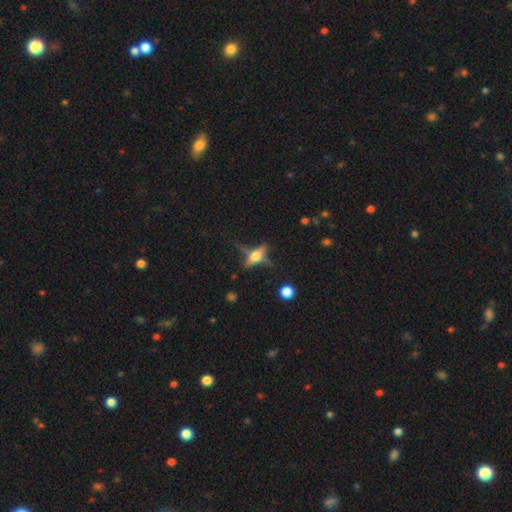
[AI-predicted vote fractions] smooth-or-featured: featured or disk: 61% | smooth: 27% | star or artifact: 13%
  disk-edge-on: yes: 87% | no: 13%
    edge-on-bulge: rounded: 92% | boxy: 6% | none: 3%
  merging: none: 66% | minor disturbance: 17% | major disturbance: 12% | merger: 5%